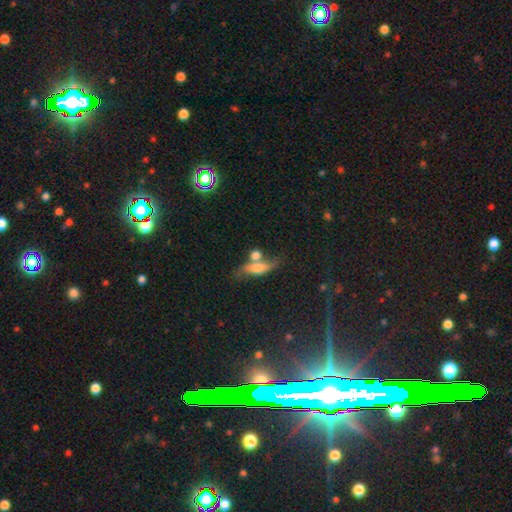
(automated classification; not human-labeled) This is possibly a smooth galaxy (59%). How rounded: possibly in between (52%). Merging: marginally none (39%).